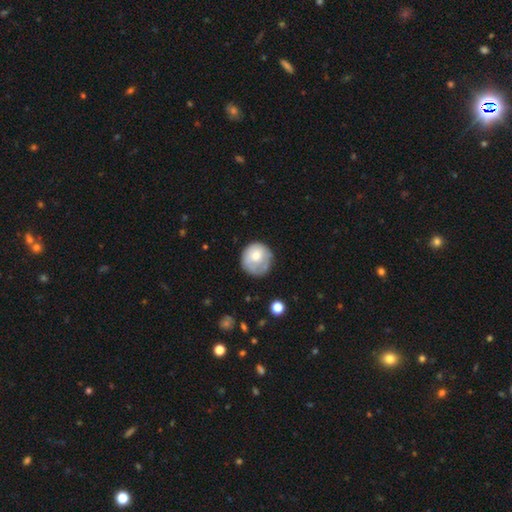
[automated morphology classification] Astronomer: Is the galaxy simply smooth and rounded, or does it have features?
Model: smooth — 64%.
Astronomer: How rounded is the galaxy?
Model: round — 86%.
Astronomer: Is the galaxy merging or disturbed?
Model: none — 58%.